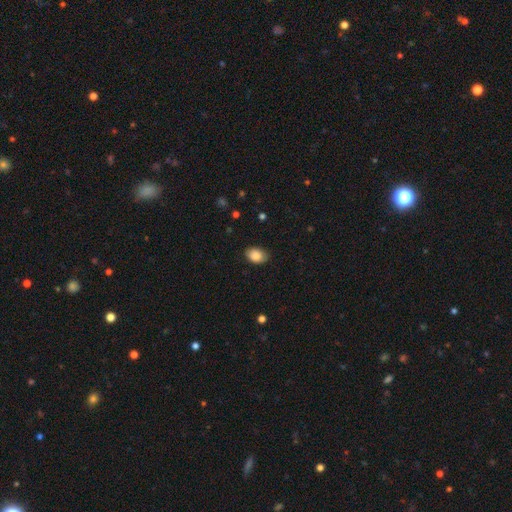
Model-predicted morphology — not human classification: Q: Smooth or featured?
A: smooth (88%); runner-up: star or artifact (7%)
Q: How rounded?
A: in between (79%); runner-up: round (20%)
Q: Merging?
A: none (81%); runner-up: minor disturbance (15%)